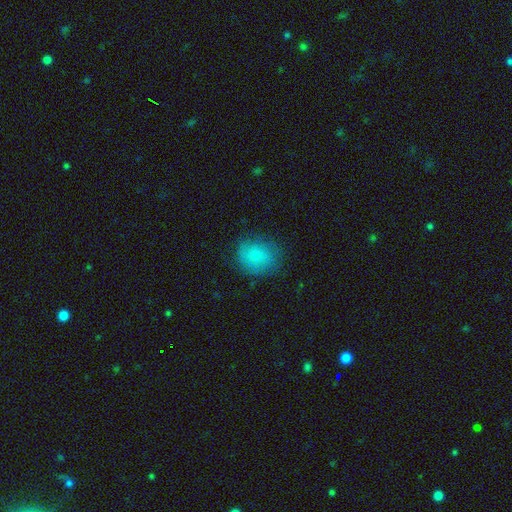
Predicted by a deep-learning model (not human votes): This appears to be a smooth galaxy with no disk features (80%) that is round (68%). Merging: none (74%).